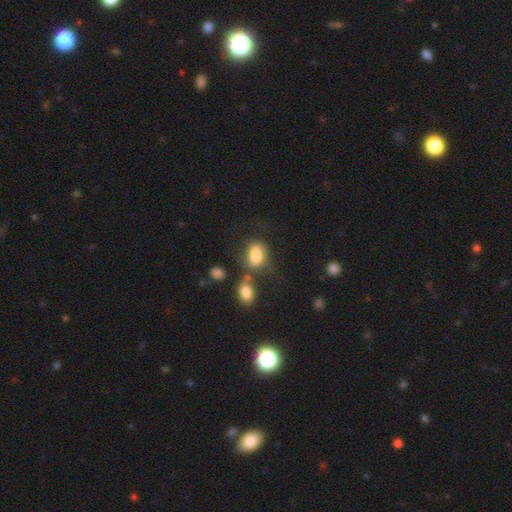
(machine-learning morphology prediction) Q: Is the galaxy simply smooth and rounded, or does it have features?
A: smooth — 81%.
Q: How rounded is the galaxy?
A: in between — 84%.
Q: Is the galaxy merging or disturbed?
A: none — 43%.